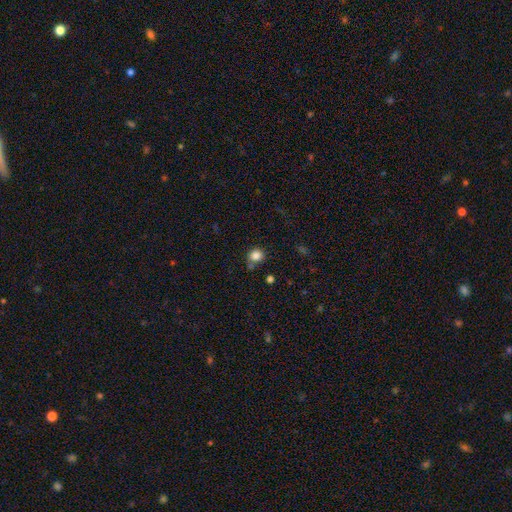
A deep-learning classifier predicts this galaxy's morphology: A smooth galaxy with no disk features (84%) that is round (83%). Merging: none (68%).